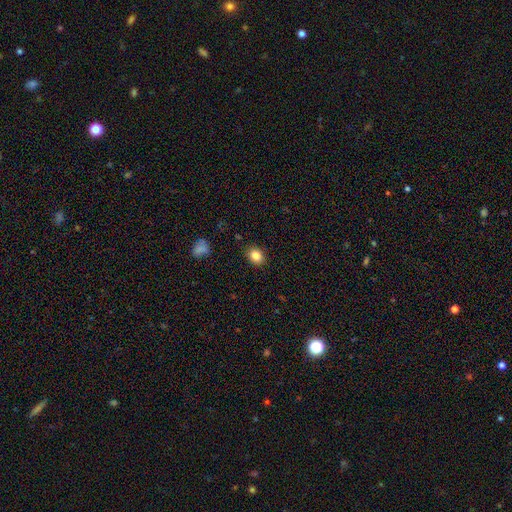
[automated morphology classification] Smooth or featured? smooth (84%)
How rounded? round (54%)
Merging? none (88%)